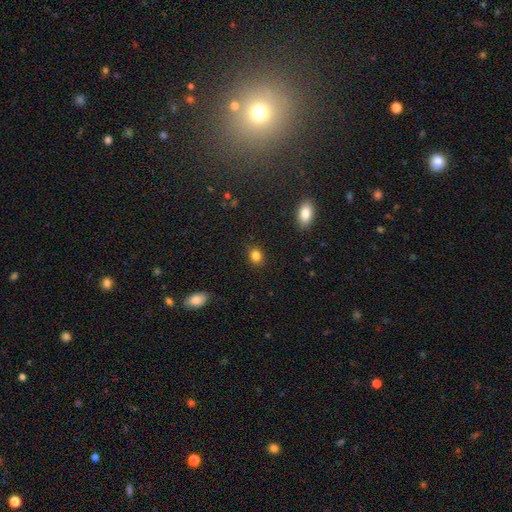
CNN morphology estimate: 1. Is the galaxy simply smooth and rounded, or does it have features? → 85% smooth, 11% star or artifact, 4% featured or disk.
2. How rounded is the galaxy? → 50% round, 49% in between, 1% cigar-shaped.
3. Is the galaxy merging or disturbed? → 86% none, 11% minor disturbance, 2% major disturbance, 1% merger.